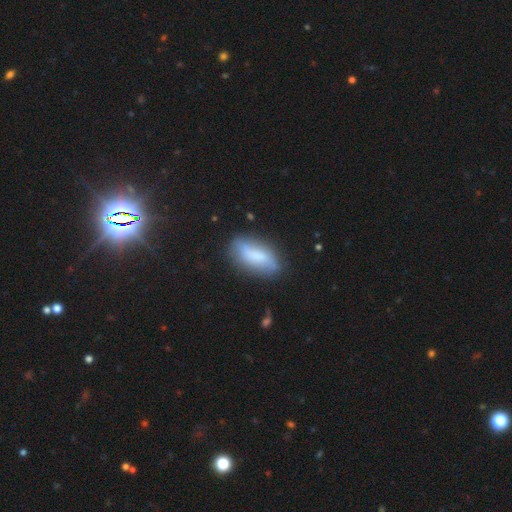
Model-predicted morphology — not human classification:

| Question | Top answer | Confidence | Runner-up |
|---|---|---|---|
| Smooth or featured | smooth | 62% | featured or disk (30%) |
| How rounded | in between | 80% | cigar-shaped (17%) |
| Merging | none | 70% | minor disturbance (21%) |